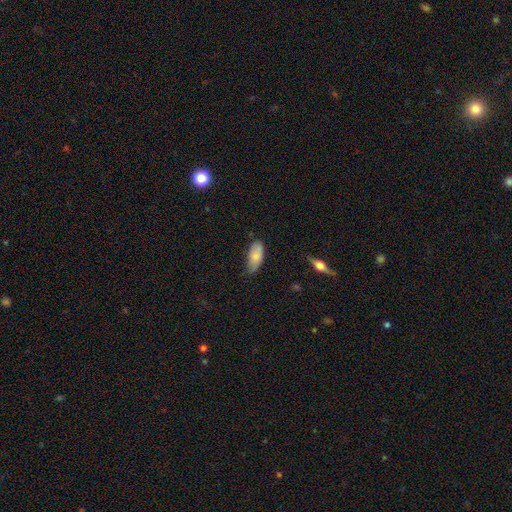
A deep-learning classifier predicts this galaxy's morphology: A smooth galaxy with no disk features (81%) that is in between round and cigar-shaped (88%). Merging: none (65%).